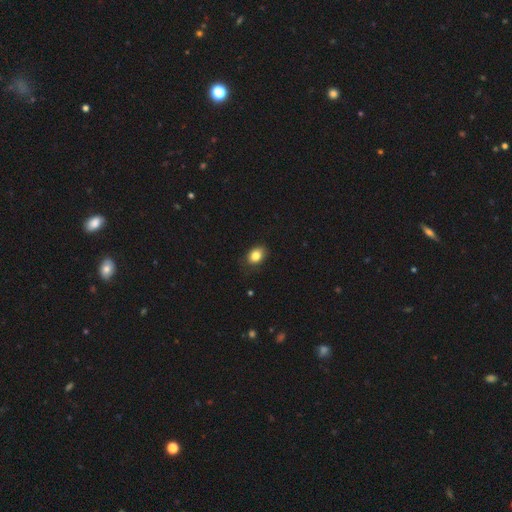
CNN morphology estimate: A smooth galaxy with no disk features (84%) that is in between round and cigar-shaped (66%). Merging: none (78%).